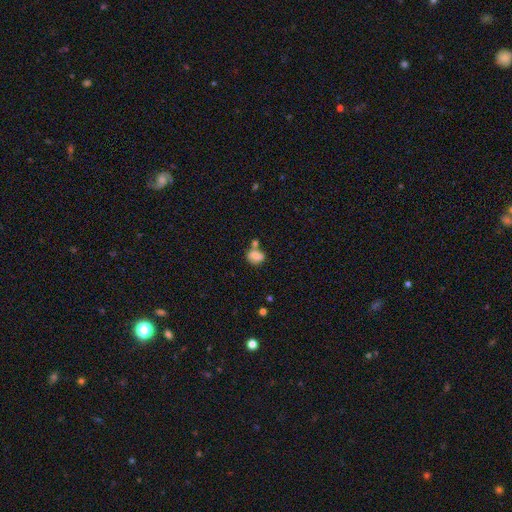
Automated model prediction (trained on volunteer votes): smooth_or_featured: smooth (p=0.68) [alt: featured or disk p=0.21]
how_rounded: in between (p=0.58) [alt: round p=0.40]
merging: none (p=0.41) [alt: merger p=0.32]